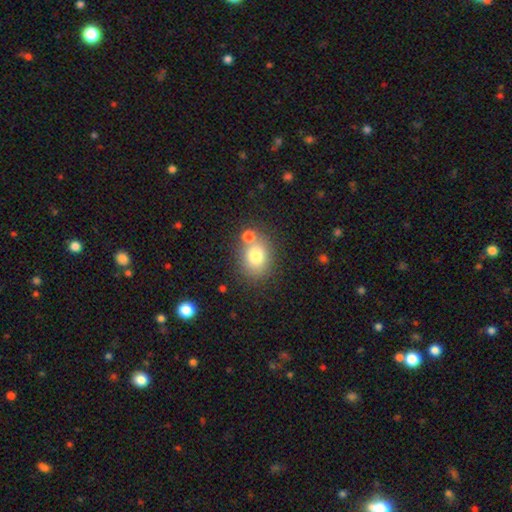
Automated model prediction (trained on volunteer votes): smooth 77%, featured or disk 12%, star or artifact 11%. Down the decision tree: how rounded — round (53%); merging — none (62%).